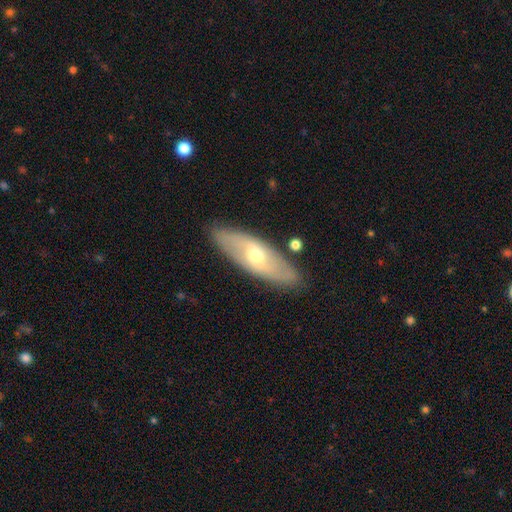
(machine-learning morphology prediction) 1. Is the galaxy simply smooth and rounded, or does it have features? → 57% featured or disk, 37% smooth, 6% star or artifact.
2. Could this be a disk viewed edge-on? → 74% no, 26% yes.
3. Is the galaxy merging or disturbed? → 85% none, 11% minor disturbance, 2% major disturbance, 2% merger.